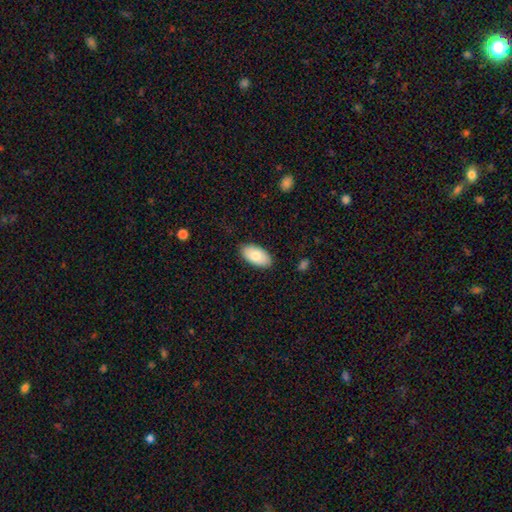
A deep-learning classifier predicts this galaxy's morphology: This appears to be a smooth galaxy with no disk features (81%) that is in between round and cigar-shaped (96%). Merging: none (86%).